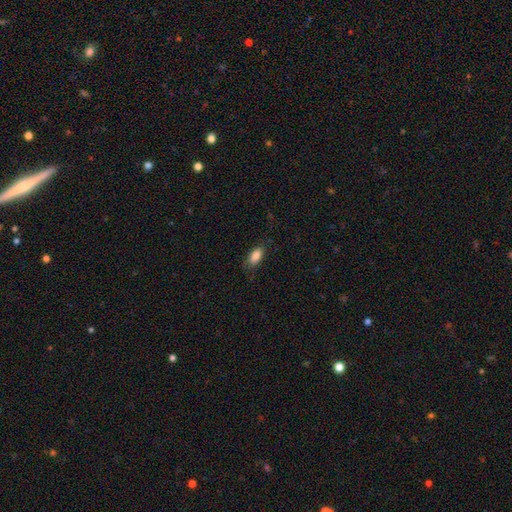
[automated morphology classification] type=smooth (86%); roundness=in between (88%); merging=none (75%).